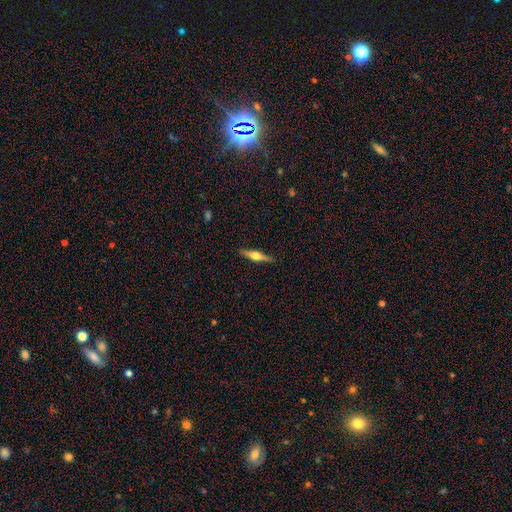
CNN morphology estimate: Smooth or featured: featured or disk — 67% (smooth — 27%)
Edge-on disk: yes — 97% (no — 3%)
Edge-on bulge: rounded — 93% (boxy — 4%)
Merging: none — 90% (minor disturbance — 7%)